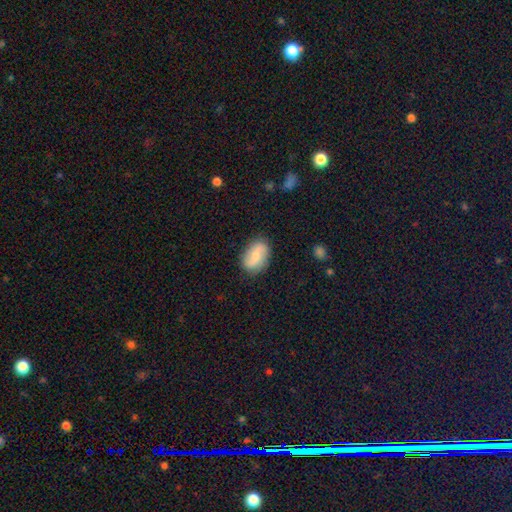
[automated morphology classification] Smooth or featured?
  - smooth: 53% *
  - featured or disk: 40%
  - star or artifact: 7%
How rounded?
  - in between: 86% *
  - round: 12%
  - cigar-shaped: 2%
Merging?
  - none: 82% *
  - minor disturbance: 14%
  - major disturbance: 3%
  - merger: 1%